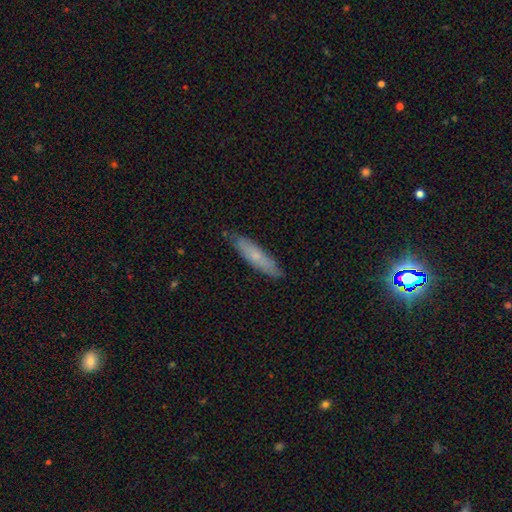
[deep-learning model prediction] A smooth galaxy with no disk features (61%) that is cigar-shaped (79%).

Vote fractions:
- Smooth or featured? smooth: 61% / featured or disk: 33% / star or artifact: 6%
- How rounded? cigar-shaped: 79% / in between: 19% / round: 2%
- Merging? none: 81% / minor disturbance: 15% / major disturbance: 2% / merger: 1%